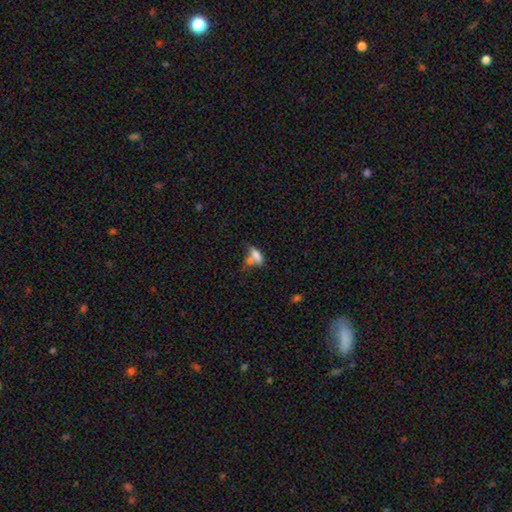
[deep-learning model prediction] Q: Smooth or featured?
A: smooth (73%); runner-up: featured or disk (16%)
Q: How rounded?
A: in between (77%); runner-up: cigar-shaped (18%)
Q: Merging?
A: merger (41%); runner-up: none (31%)